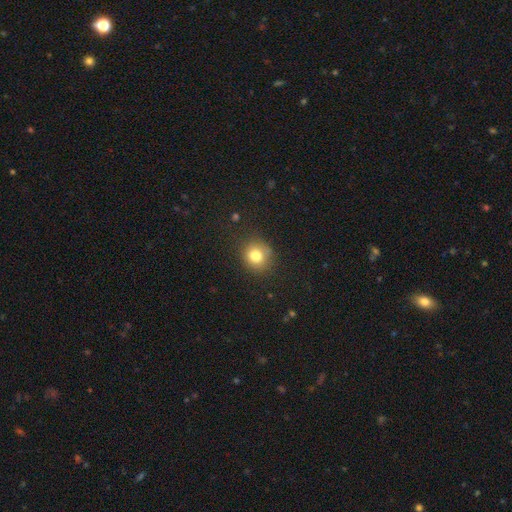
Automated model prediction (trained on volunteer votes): Overall: smooth (79%). How rounded: round (84%). Merging: none (81%).